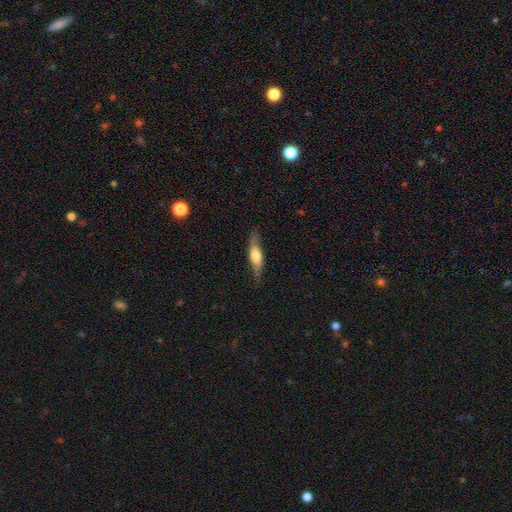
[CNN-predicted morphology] Q: Smooth or featured?
A: smooth (51%); runner-up: featured or disk (44%)
Q: How rounded?
A: cigar-shaped (68%); runner-up: in between (30%)
Q: Merging?
A: none (77%); runner-up: minor disturbance (17%)